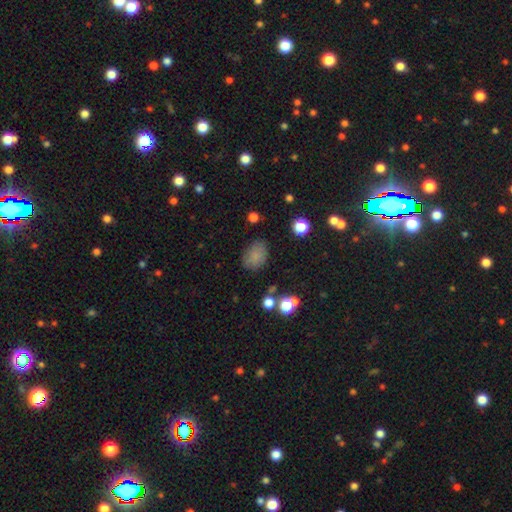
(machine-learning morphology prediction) smooth-or-featured: smooth: 81% | star or artifact: 11% | featured or disk: 8%
  how-rounded: in between: 76% | round: 23% | cigar-shaped: 1%
  merging: none: 77% | minor disturbance: 16% | major disturbance: 5% | merger: 3%